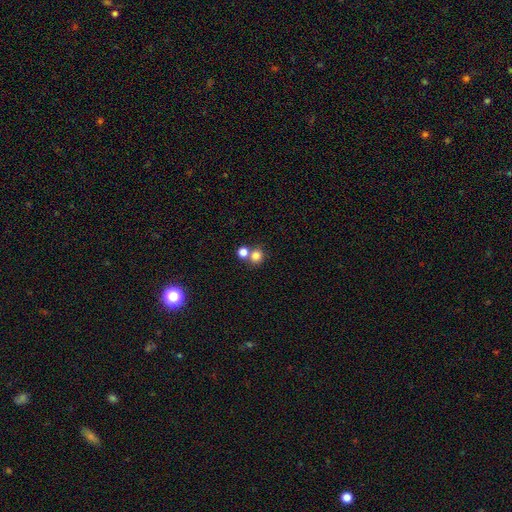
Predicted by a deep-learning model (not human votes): Smooth or featured? Predicted: smooth (p=0.80). How rounded? Predicted: round (p=0.85). Merging? Predicted: none (p=0.55).